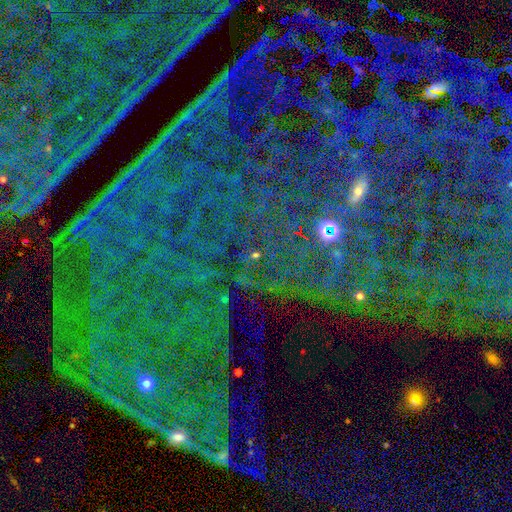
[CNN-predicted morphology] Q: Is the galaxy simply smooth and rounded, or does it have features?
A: star or artifact — 80%.